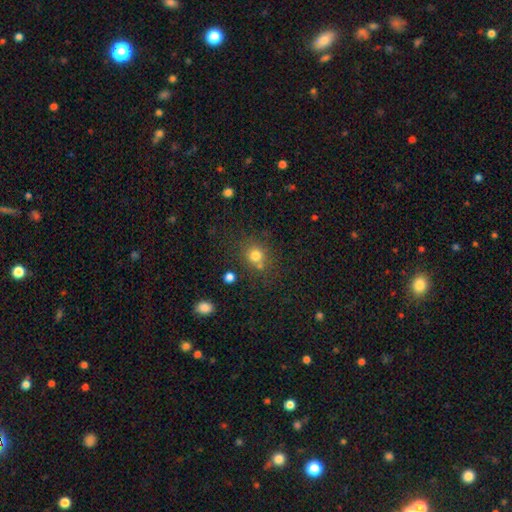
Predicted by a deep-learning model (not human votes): Smooth or featured?
  - smooth: 77% *
  - star or artifact: 15%
  - featured or disk: 8%
How rounded?
  - round: 85% *
  - in between: 14%
  - cigar-shaped: 1%
Merging?
  - none: 67% *
  - merger: 16%
  - minor disturbance: 12%
  - major disturbance: 5%